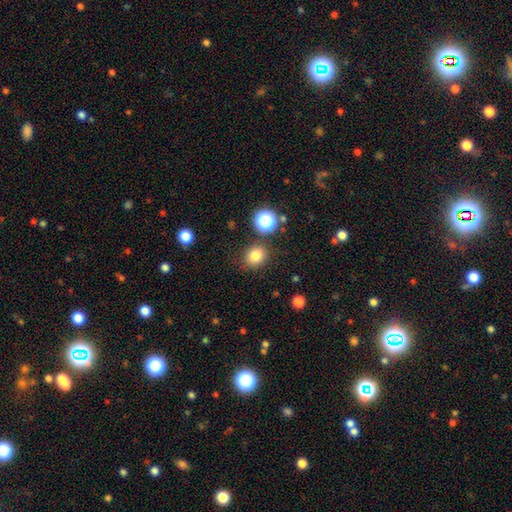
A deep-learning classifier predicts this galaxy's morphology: smooth-or-featured: smooth: 80% | star or artifact: 13% | featured or disk: 6%
  how-rounded: round: 70% | in between: 29% | cigar-shaped: 1%
  merging: none: 82% | minor disturbance: 10% | merger: 4% | major disturbance: 3%